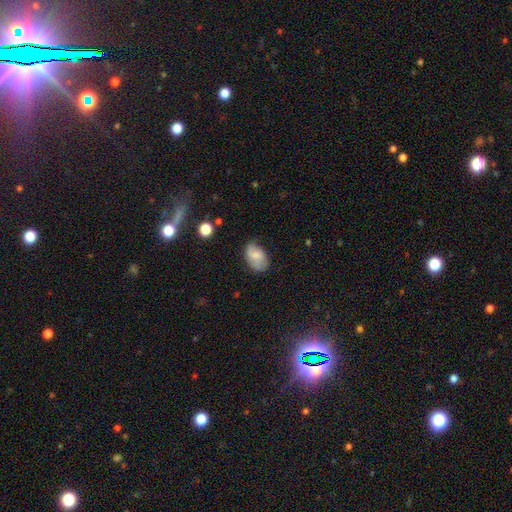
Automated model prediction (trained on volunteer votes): Smooth or featured: smooth — 69% (featured or disk — 24%)
How rounded: in between — 88% (round — 10%)
Merging: none — 62% (minor disturbance — 29%)